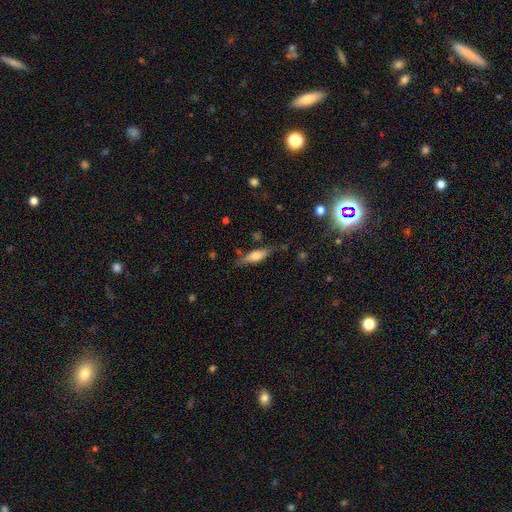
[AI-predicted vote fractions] Q: Smooth or featured?
A: smooth (62%); runner-up: featured or disk (31%)
Q: How rounded?
A: cigar-shaped (51%); runner-up: in between (47%)
Q: Merging?
A: none (71%); runner-up: minor disturbance (20%)